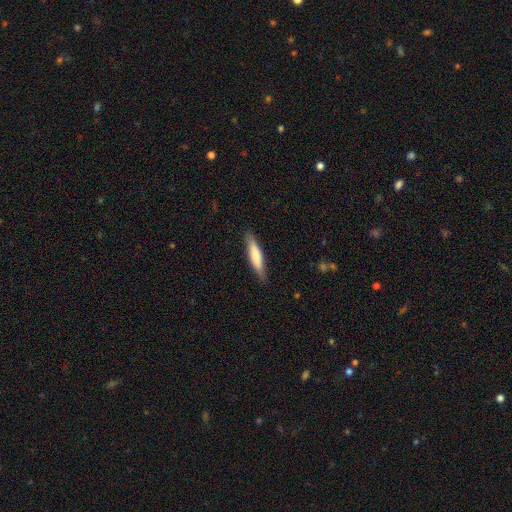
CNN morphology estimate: Smooth or featured? Predicted: smooth (p=0.69). How rounded? Predicted: cigar-shaped (p=0.85). Merging? Predicted: none (p=0.87).